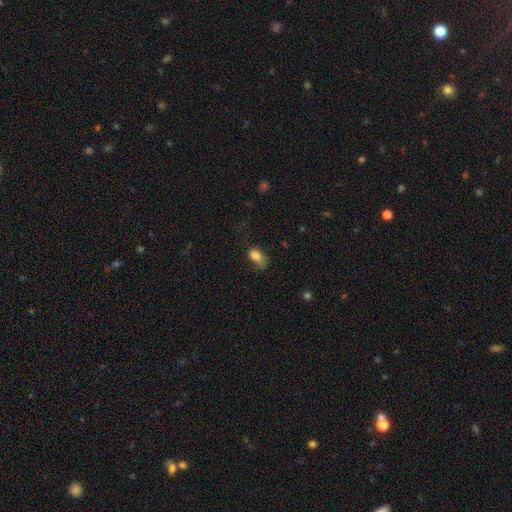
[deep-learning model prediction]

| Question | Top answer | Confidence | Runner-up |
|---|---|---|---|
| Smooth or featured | smooth | 82% | star or artifact (10%) |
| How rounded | in between | 87% | round (9%) |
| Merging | none | 37% | minor disturbance (36%) |